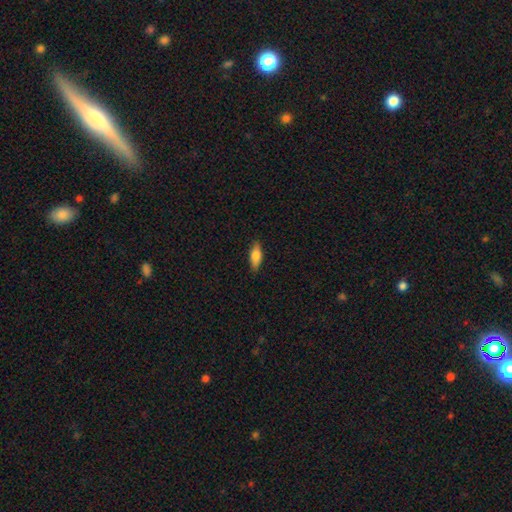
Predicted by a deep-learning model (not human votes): smooth_or_featured: smooth (p=0.77) [alt: featured or disk p=0.17]
how_rounded: in between (p=0.67) [alt: cigar-shaped p=0.31]
merging: none (p=0.88) [alt: minor disturbance p=0.09]